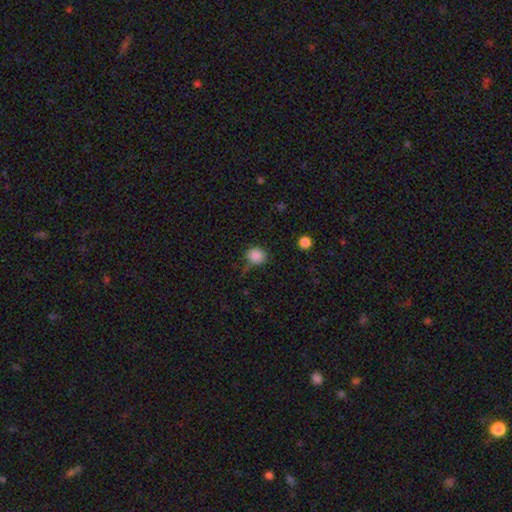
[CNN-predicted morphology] smooth-or-featured: smooth: 86% | star or artifact: 10% | featured or disk: 4%
  how-rounded: round: 81% | in between: 18% | cigar-shaped: 1%
  merging: none: 67% | minor disturbance: 23% | major disturbance: 7% | merger: 3%